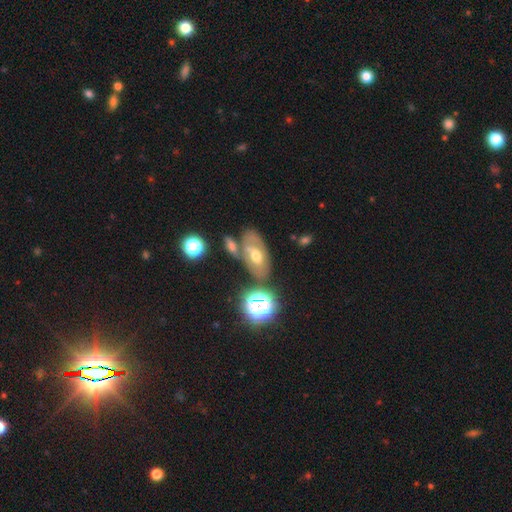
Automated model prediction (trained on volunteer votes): Morphology: type=featured or disk (44%); merging=none (54%).